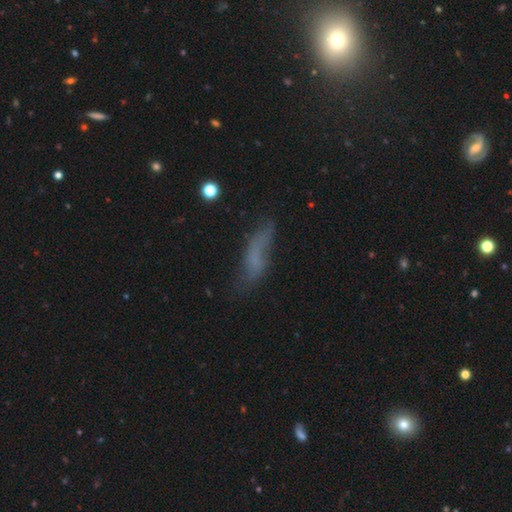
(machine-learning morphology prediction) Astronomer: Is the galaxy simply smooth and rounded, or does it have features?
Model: smooth — 51% (runner-up: featured or disk, 33%).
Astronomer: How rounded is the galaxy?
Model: cigar-shaped — 49% (runner-up: in between, 48%).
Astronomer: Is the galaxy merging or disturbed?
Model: none — 47% (runner-up: minor disturbance, 29%).